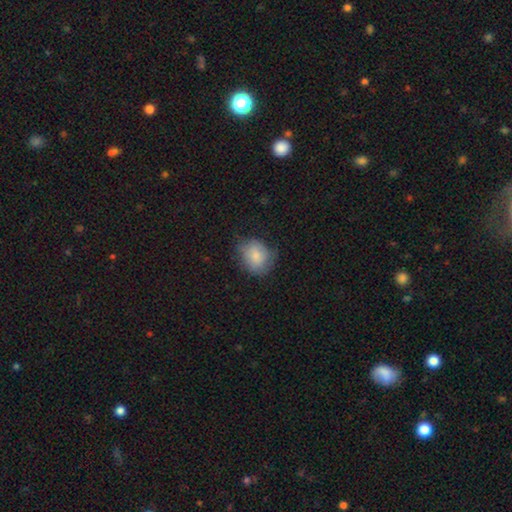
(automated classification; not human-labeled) Smooth or featured? Predicted: smooth (p=0.77). How rounded? Predicted: round (p=0.59). Merging? Predicted: none (p=0.60).